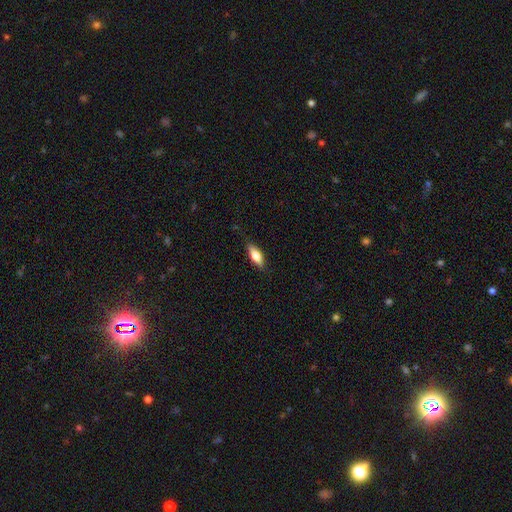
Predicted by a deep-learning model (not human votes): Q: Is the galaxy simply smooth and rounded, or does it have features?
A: smooth — 66%.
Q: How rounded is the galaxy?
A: in between — 70%.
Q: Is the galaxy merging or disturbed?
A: none — 82%.